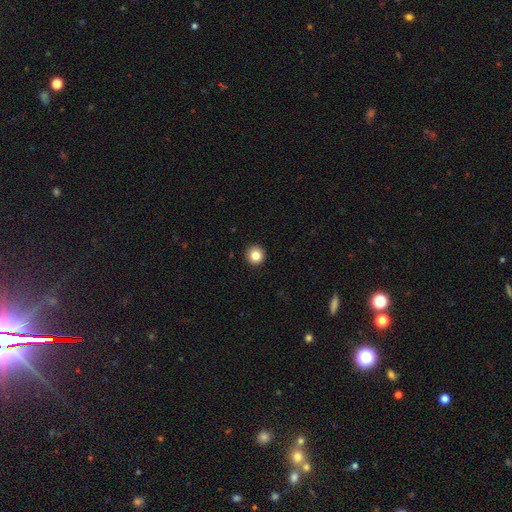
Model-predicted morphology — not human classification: type=smooth (84%); roundness=round (95%); merging=none (94%).